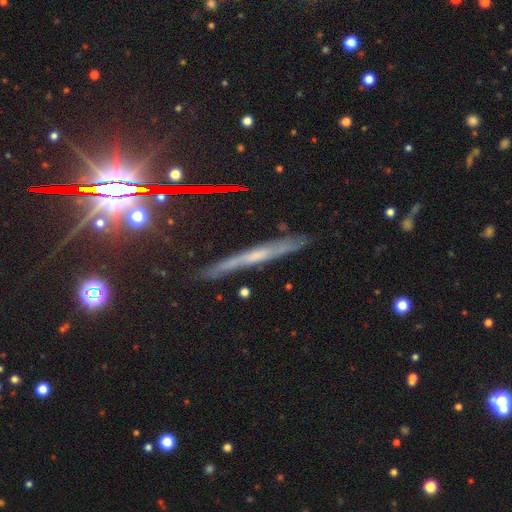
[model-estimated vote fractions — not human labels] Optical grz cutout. It shows a featured or disk galaxy (63%) viewed edge-on (91%) with a rounded central bulge (58%). Merging: none (84%).